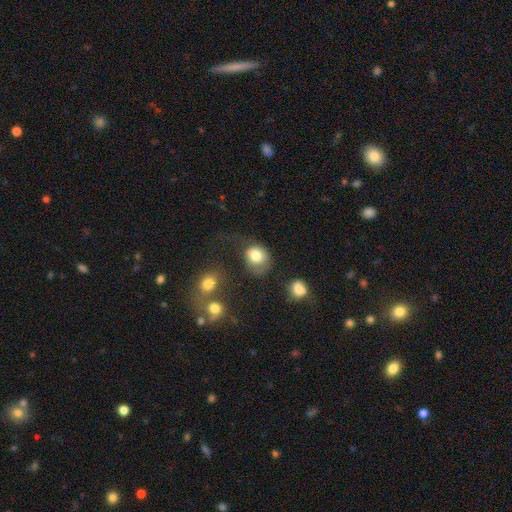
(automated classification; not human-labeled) The model was most divided on "merging": none: 39%, minor disturbance: 29%, major disturbance: 26%, merger: 6%. More confident: smooth or featured — smooth (77%); how rounded — round (63%).